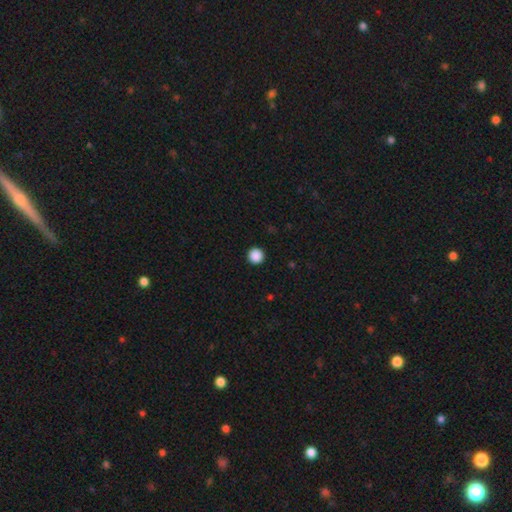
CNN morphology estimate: Smooth or featured? Predicted: smooth (p=0.89). How rounded? Predicted: round (p=0.96). Merging? Predicted: none (p=0.94).